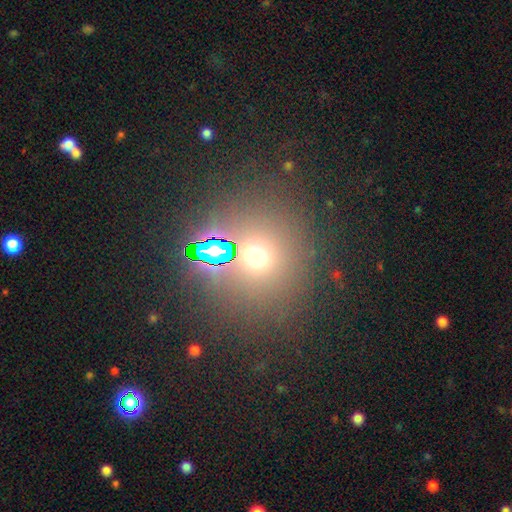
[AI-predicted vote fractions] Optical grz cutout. It shows a smooth galaxy with no disk features (57%) that is round (87%). Merging: none (78%).